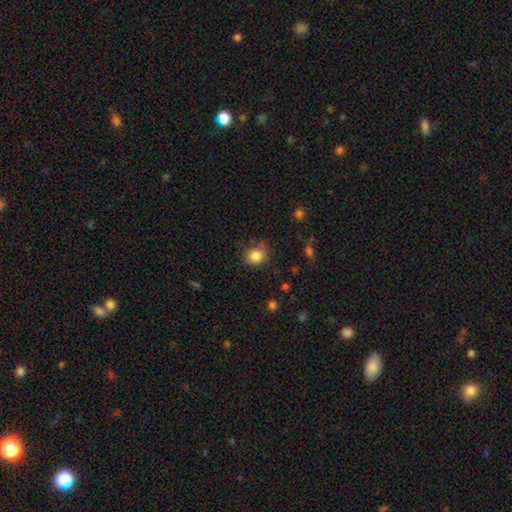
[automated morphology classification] Smooth or featured? Predicted: smooth (p=0.85). How rounded? Predicted: round (p=0.75). Merging? Predicted: none (p=0.70).